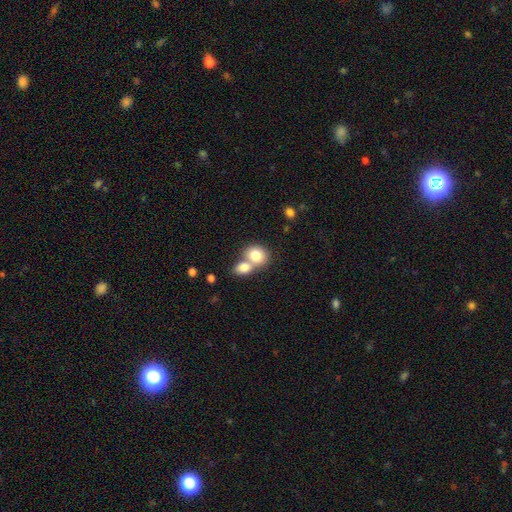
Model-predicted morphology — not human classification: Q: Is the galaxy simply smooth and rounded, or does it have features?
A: smooth — 78%.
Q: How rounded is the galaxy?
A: round — 57%.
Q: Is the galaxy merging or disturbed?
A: merger — 63%.